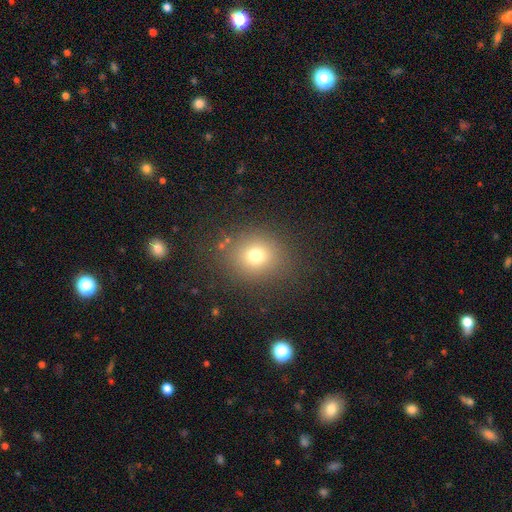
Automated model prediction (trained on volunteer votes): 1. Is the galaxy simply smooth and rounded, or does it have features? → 73% smooth, 17% star or artifact, 10% featured or disk.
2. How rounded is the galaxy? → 76% round, 23% in between, 1% cigar-shaped.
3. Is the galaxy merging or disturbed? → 83% none, 10% minor disturbance, 5% major disturbance, 2% merger.